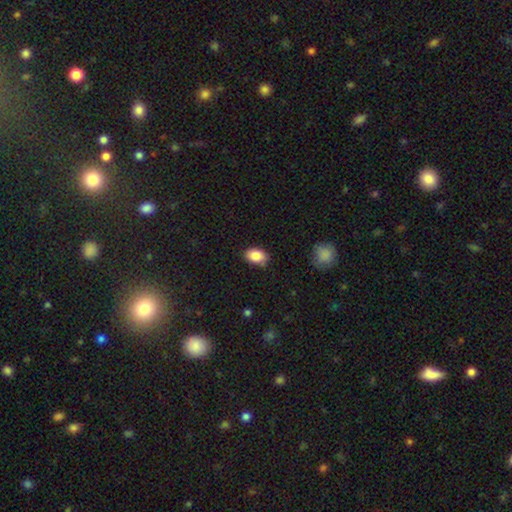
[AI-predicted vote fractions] This is clearly a smooth galaxy (87%). How rounded: clearly in between (86%). Merging: likely none (77%).